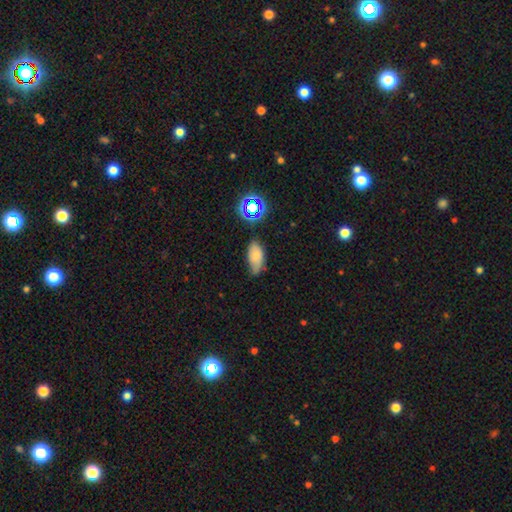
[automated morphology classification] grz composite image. It shows a smooth galaxy with no disk features (70%) that is in between round and cigar-shaped (90%). Merging: none (56%).